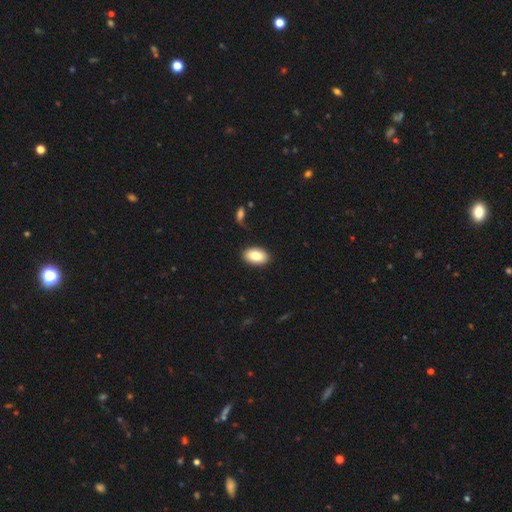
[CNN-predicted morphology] smooth-or-featured: smooth: 83% | featured or disk: 10% | star or artifact: 7%
  how-rounded: in between: 92% | round: 6% | cigar-shaped: 2%
  merging: none: 88% | minor disturbance: 8% | major disturbance: 2% | merger: 2%